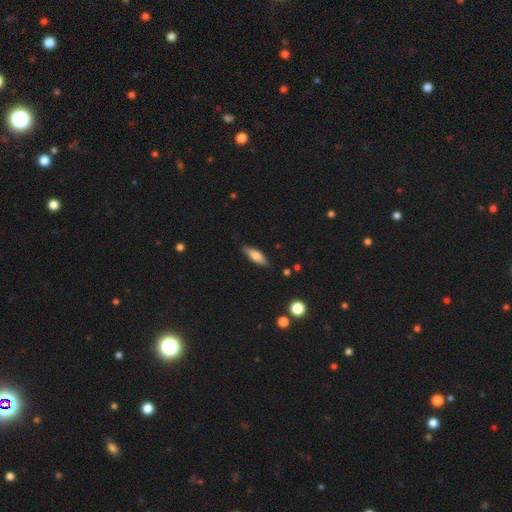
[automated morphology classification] A smooth galaxy with no disk features (74%) that is in between round and cigar-shaped (57%).

Vote fractions:
- Smooth or featured? smooth: 74% / featured or disk: 19% / star or artifact: 7%
- How rounded? in between: 57% / cigar-shaped: 41% / round: 2%
- Merging? none: 85% / minor disturbance: 11% / major disturbance: 2% / merger: 1%